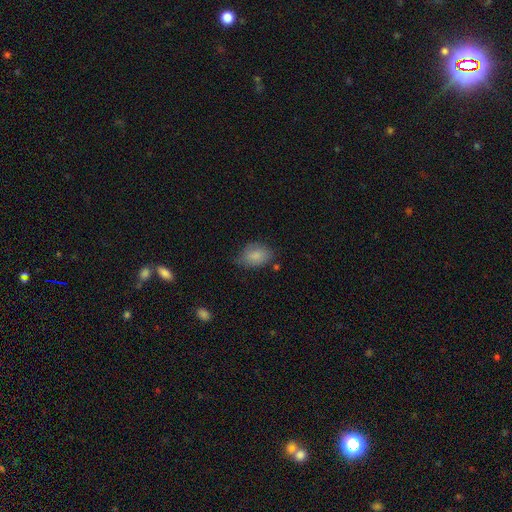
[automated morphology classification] Smooth or featured: smooth — 85% (featured or disk — 8%)
How rounded: in between — 82% (round — 17%)
Merging: none — 64% (minor disturbance — 27%)